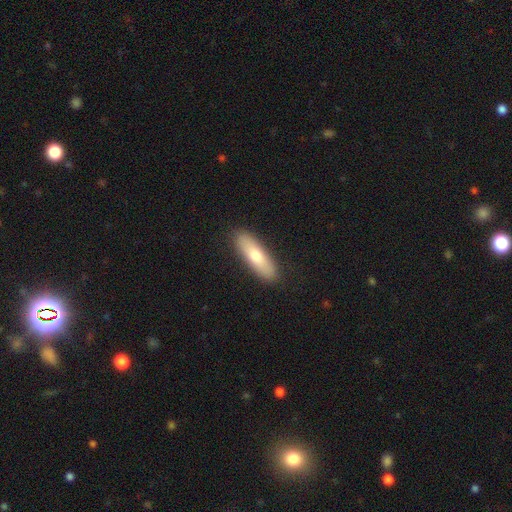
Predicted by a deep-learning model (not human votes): smooth 68%, featured or disk 25%, star or artifact 6%. Down the decision tree: how rounded — cigar-shaped (56%); merging — none (89%).